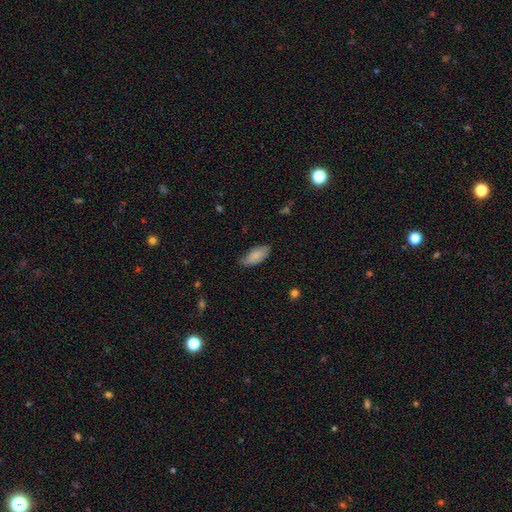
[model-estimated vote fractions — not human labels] Morphology: type=smooth (82%); roundness=in between (88%); merging=none (71%).